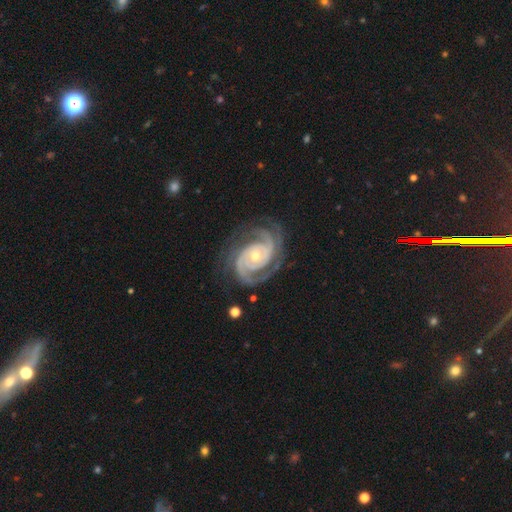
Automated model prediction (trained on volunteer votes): This appears to be a featured or disk galaxy (93%) with no bar (67%), 2 (53%) tight (65%) spiral arms (99%) and a small central bulge (52%). Merging: none (76%).